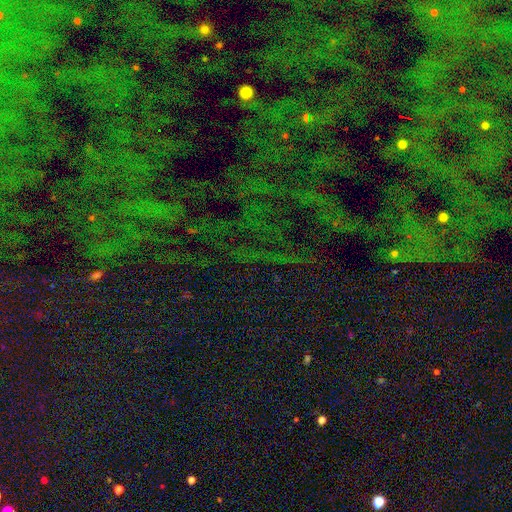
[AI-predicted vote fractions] The model was most divided on "smooth or featured": star or artifact: 82%, smooth: 10%, featured or disk: 8%.